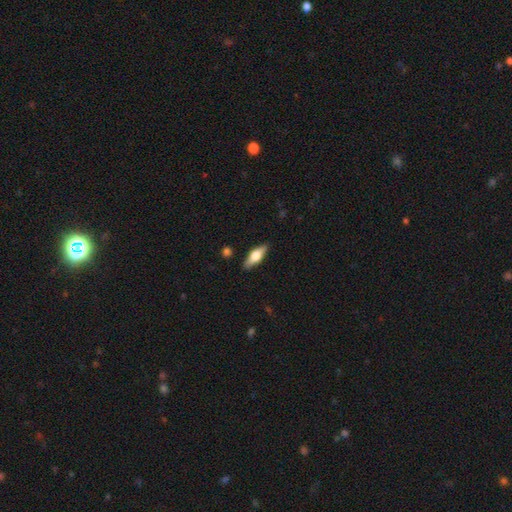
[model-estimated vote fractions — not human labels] Overall: smooth (48%; featured or disk 46%). Merging: none (87%).